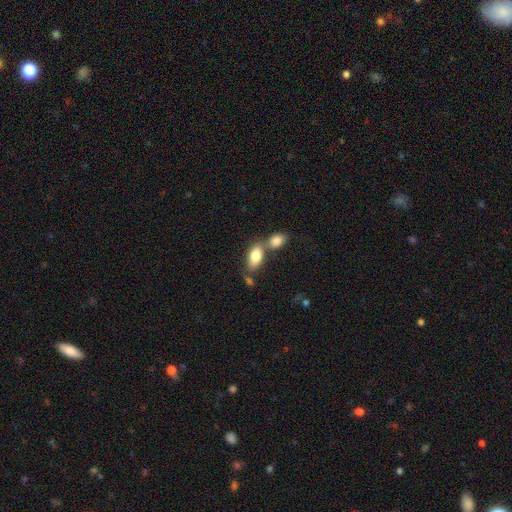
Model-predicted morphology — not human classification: A smooth galaxy with no disk features (81%) that is in between round and cigar-shaped (89%). Merging: merger (45%).